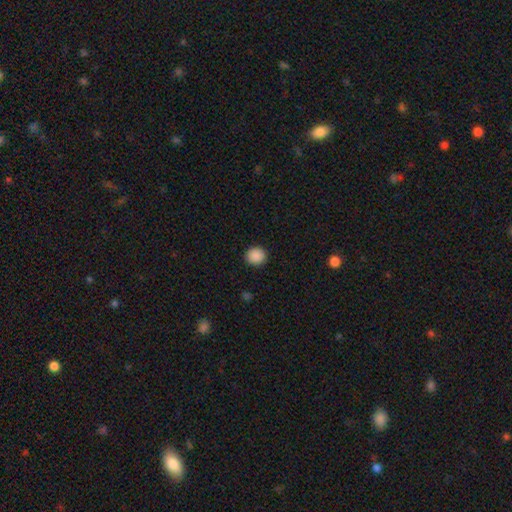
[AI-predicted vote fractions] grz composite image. It shows a smooth galaxy with no disk features (89%) that is round (83%). Merging: none (91%).